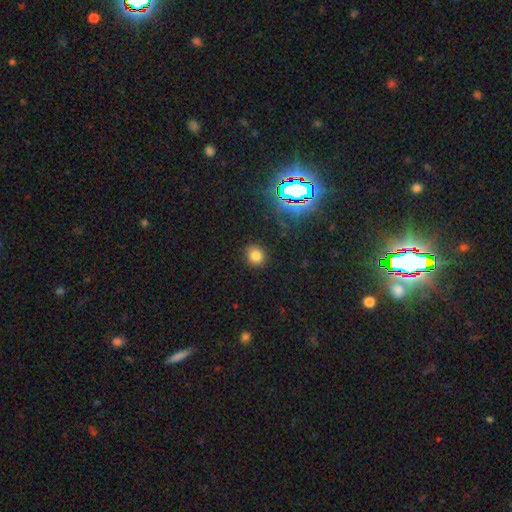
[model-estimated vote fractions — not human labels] Morphology: type=smooth (76%); roundness=round (73%); merging=none (88%).